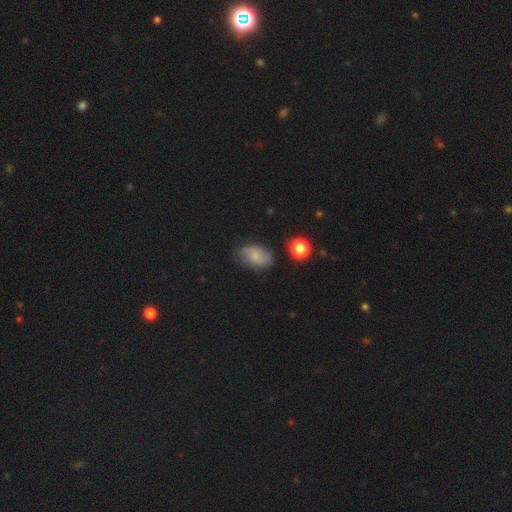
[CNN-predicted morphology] A smooth galaxy with no disk features (51%) that is in between round and cigar-shaped (86%). Merging: none (72%).